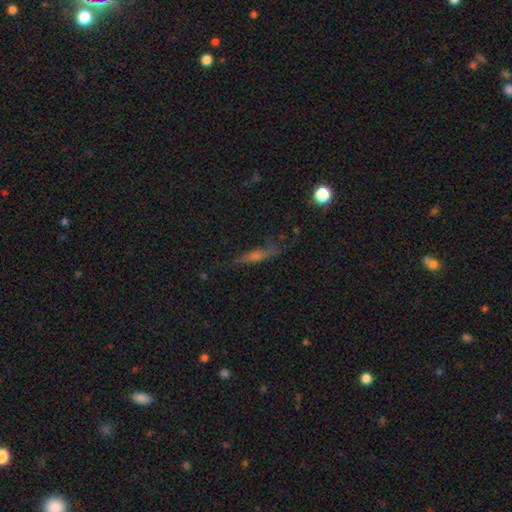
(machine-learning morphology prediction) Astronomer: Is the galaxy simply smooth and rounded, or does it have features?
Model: featured or disk — 44% (runner-up: smooth, 40%).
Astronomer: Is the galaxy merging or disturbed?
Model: none — 70%.